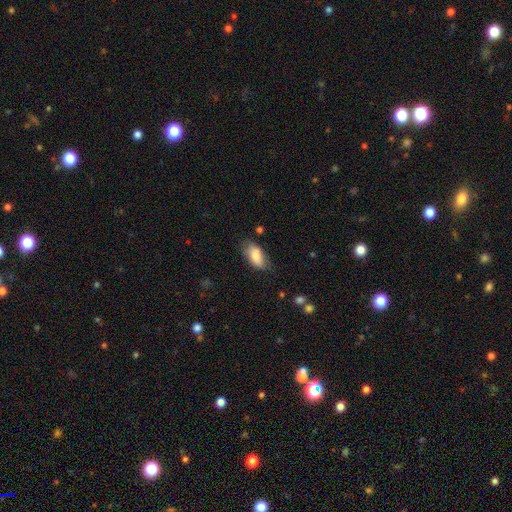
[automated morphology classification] Q: Smooth or featured?
A: smooth (82%); runner-up: featured or disk (12%)
Q: How rounded?
A: in between (91%); runner-up: cigar-shaped (6%)
Q: Merging?
A: none (69%); runner-up: minor disturbance (24%)